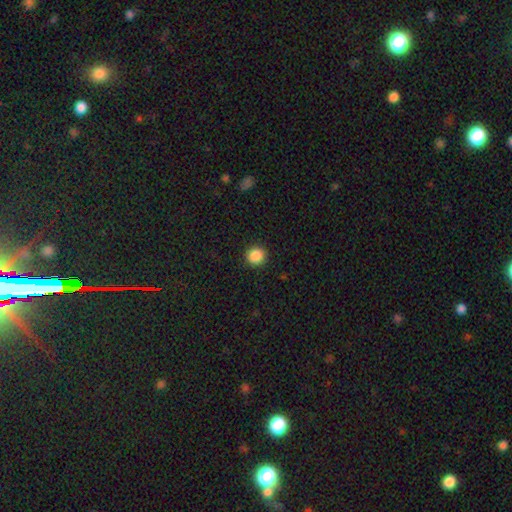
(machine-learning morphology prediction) Overall: smooth (88%). How rounded: round (93%). Merging: none (92%).